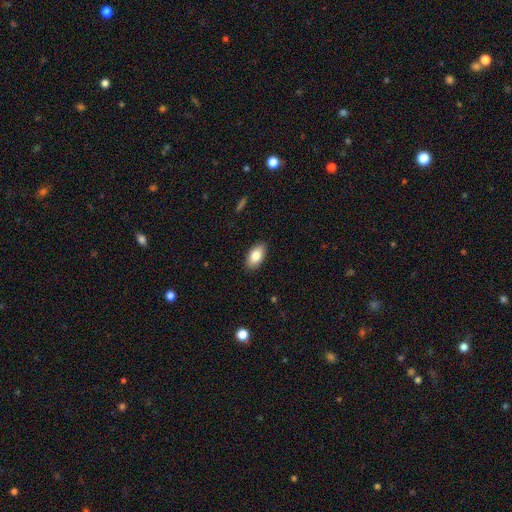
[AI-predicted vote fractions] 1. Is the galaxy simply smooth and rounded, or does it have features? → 83% smooth, 11% featured or disk, 7% star or artifact.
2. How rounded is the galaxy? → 93% in between, 4% round, 3% cigar-shaped.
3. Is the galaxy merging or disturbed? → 88% none, 9% minor disturbance, 2% major disturbance, 1% merger.